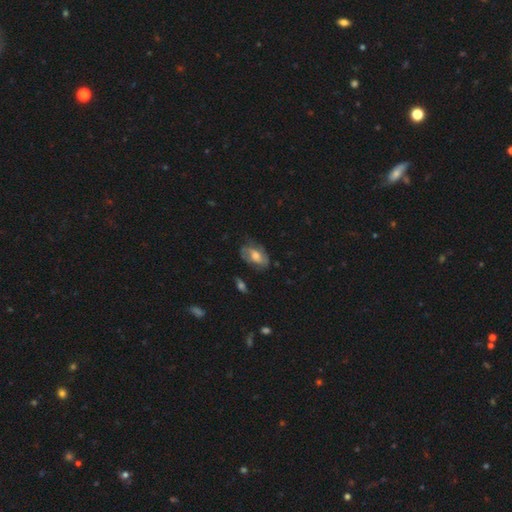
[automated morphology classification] Smooth or featured: smooth — 48% (featured or disk — 44%)
Merging: none — 61% (minor disturbance — 26%)